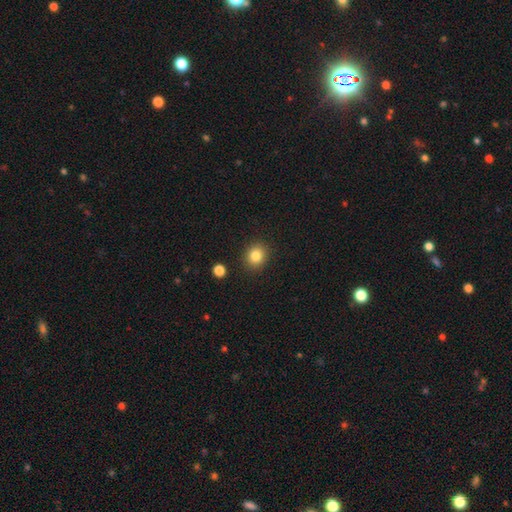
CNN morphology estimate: The model was most divided on "how rounded": round: 78%, in between: 21%, cigar-shaped: 1%. More confident: merging — none (89%); smooth or featured — smooth (83%).